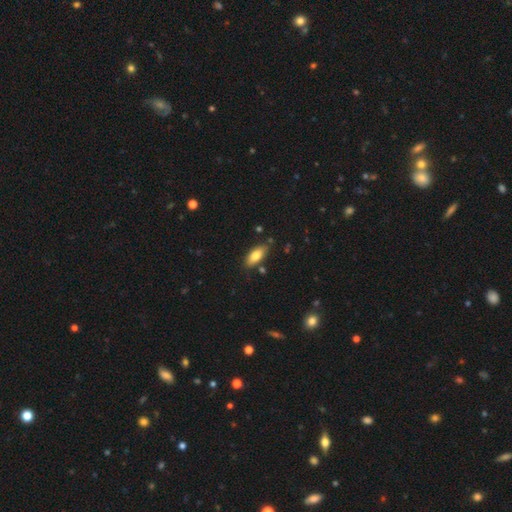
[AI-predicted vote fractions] Smooth or featured?
  - smooth: 80% *
  - featured or disk: 14%
  - star or artifact: 7%
How rounded?
  - in between: 84% *
  - cigar-shaped: 14%
  - round: 2%
Merging?
  - none: 80% *
  - minor disturbance: 14%
  - merger: 4%
  - major disturbance: 3%